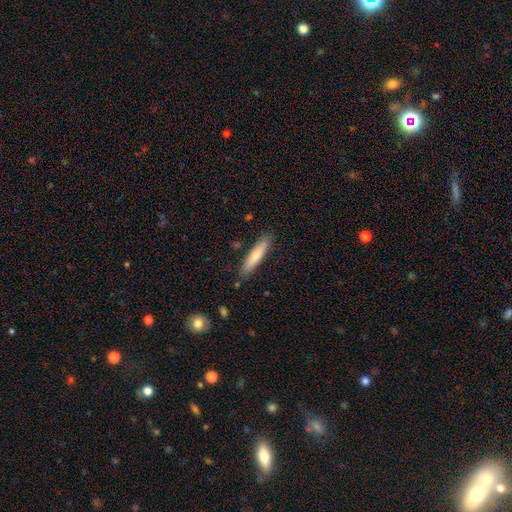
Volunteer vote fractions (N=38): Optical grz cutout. It shows a smooth galaxy with no disk features (76%) that is cigar-shaped (97%). Merging: none (94%).